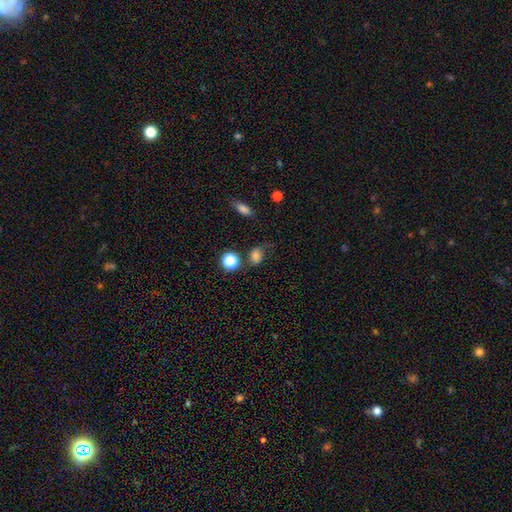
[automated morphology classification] smooth_or_featured: smooth (p=0.73) [alt: star or artifact p=0.15]
how_rounded: in between (p=0.56) [alt: round p=0.43]
merging: none (p=0.55) [alt: minor disturbance p=0.26]